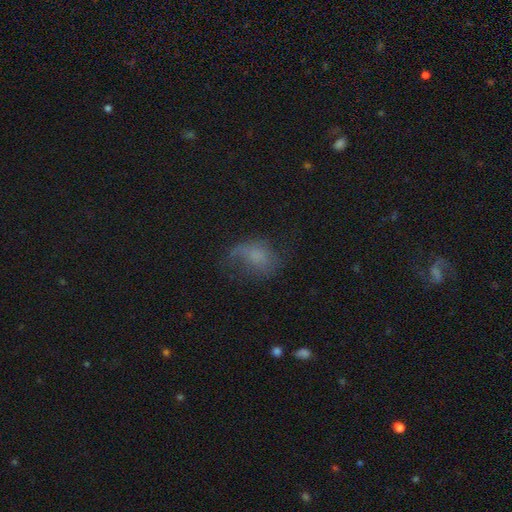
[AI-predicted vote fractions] Smooth or featured?
  - smooth: 49% *
  - featured or disk: 36%
  - star or artifact: 16%
Merging?
  - none: 38% *
  - major disturbance: 33%
  - minor disturbance: 27%
  - merger: 2%